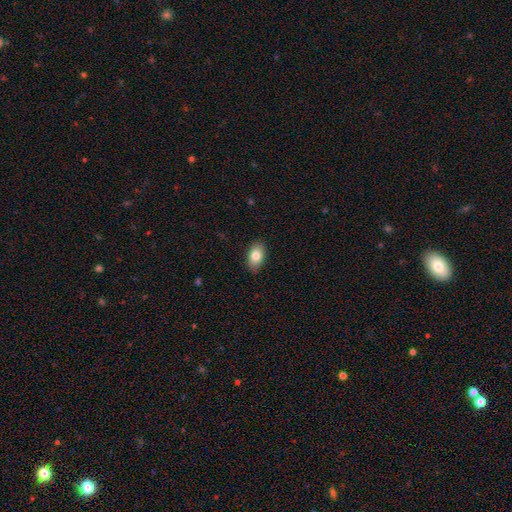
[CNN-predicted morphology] Q: Smooth or featured?
A: smooth (80%); runner-up: featured or disk (12%)
Q: How rounded?
A: in between (90%); runner-up: round (8%)
Q: Merging?
A: none (86%); runner-up: minor disturbance (11%)